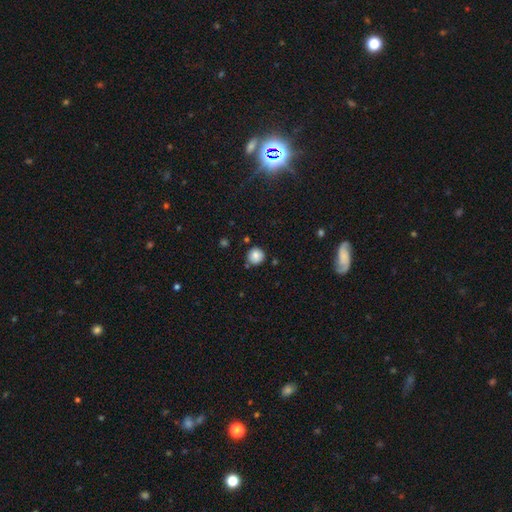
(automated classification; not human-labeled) smooth-or-featured: smooth: 83% | star or artifact: 10% | featured or disk: 7%
  how-rounded: round: 93% | in between: 6% | cigar-shaped: 1%
  merging: none: 82% | minor disturbance: 11% | merger: 4% | major disturbance: 2%